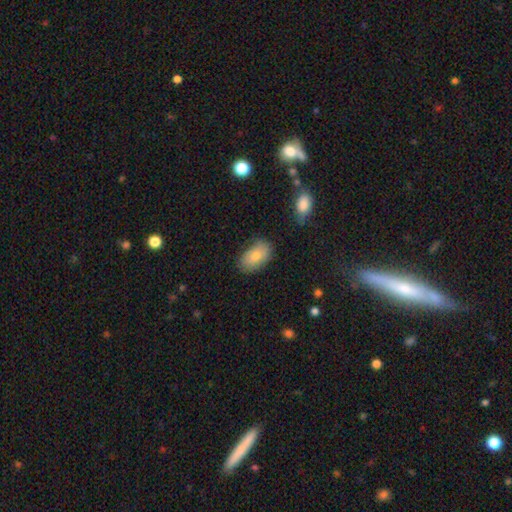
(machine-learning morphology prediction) Smooth or featured?
  - smooth: 81% *
  - featured or disk: 12%
  - star or artifact: 7%
How rounded?
  - in between: 93% *
  - round: 5%
  - cigar-shaped: 2%
Merging?
  - none: 74% *
  - minor disturbance: 19%
  - major disturbance: 4%
  - merger: 2%